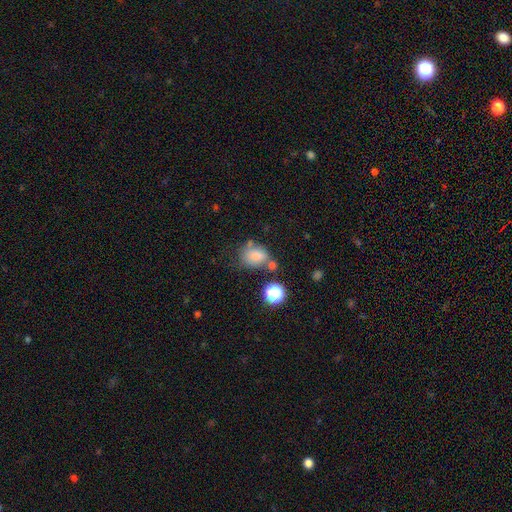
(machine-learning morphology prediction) The model was most divided on "how rounded": in between: 54%, round: 45%, cigar-shaped: 1%. Remaining: smooth or featured — smooth (78%); merging — none (50%).